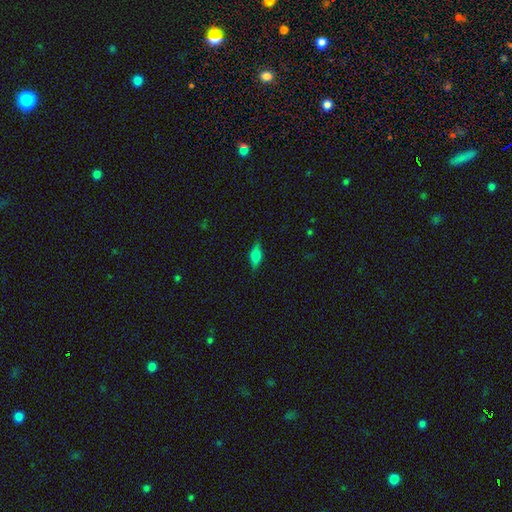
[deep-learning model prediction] Smooth or featured: smooth — 68% (featured or disk — 24%)
How rounded: in between — 73% (cigar-shaped — 23%)
Merging: none — 81% (minor disturbance — 15%)